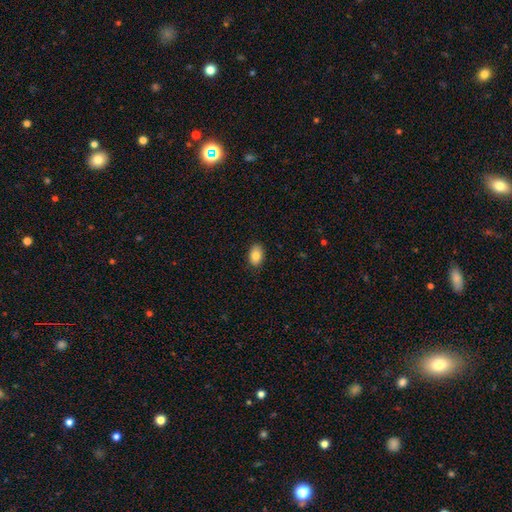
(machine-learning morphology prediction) Smooth or featured?
  - smooth: 85% *
  - star or artifact: 8%
  - featured or disk: 8%
How rounded?
  - in between: 86% *
  - round: 13%
  - cigar-shaped: 1%
Merging?
  - none: 86% *
  - minor disturbance: 11%
  - major disturbance: 2%
  - merger: 1%